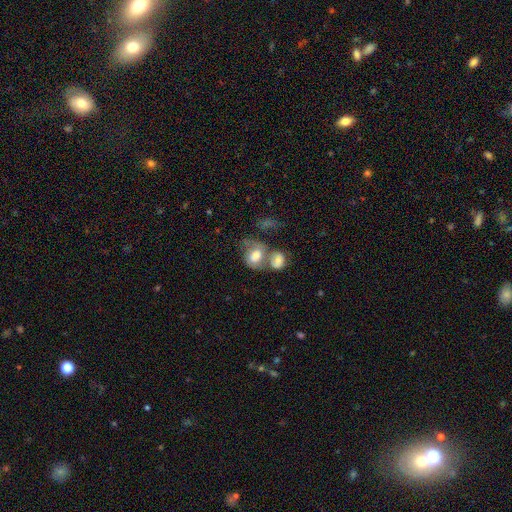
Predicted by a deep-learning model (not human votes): The model was most divided on "how rounded": in between: 58%, round: 40%, cigar-shaped: 1%. More confident: smooth or featured — smooth (62%); merging — merger (56%).